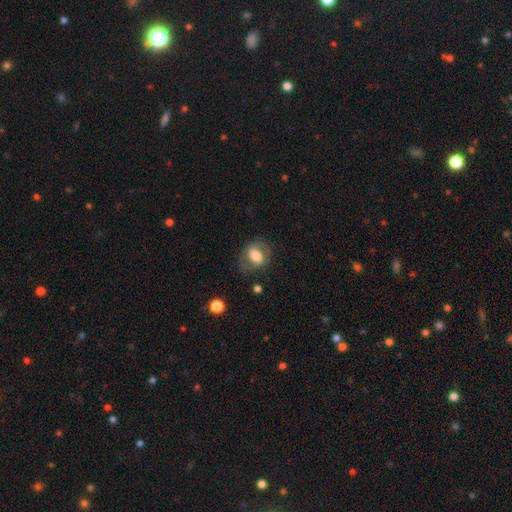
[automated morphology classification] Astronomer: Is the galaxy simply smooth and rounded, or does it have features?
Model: smooth — 52% (runner-up: featured or disk, 40%).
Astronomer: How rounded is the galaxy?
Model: in between — 61% (runner-up: round, 37%).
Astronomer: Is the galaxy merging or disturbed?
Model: none — 67%.